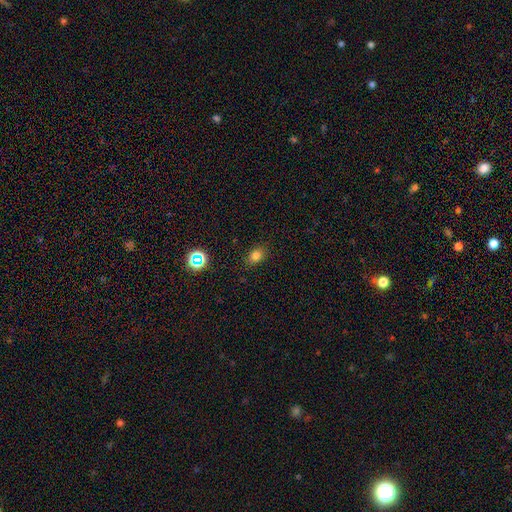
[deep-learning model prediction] Smooth or featured?
  - smooth: 77% *
  - star or artifact: 15%
  - featured or disk: 8%
How rounded?
  - in between: 66% *
  - round: 32%
  - cigar-shaped: 1%
Merging?
  - none: 85% *
  - minor disturbance: 11%
  - major disturbance: 3%
  - merger: 1%